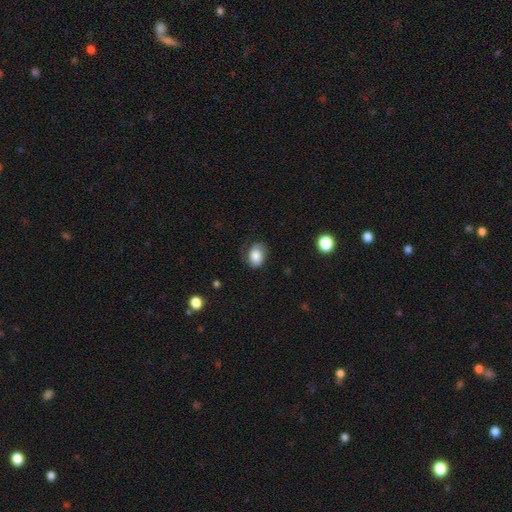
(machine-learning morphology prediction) A smooth galaxy with no disk features (80%) that is in between round and cigar-shaped (68%).

Vote fractions:
- Smooth or featured? smooth: 80% / featured or disk: 12% / star or artifact: 8%
- How rounded? in between: 68% / round: 31% / cigar-shaped: 1%
- Merging? none: 60% / minor disturbance: 26% / major disturbance: 12% / merger: 1%